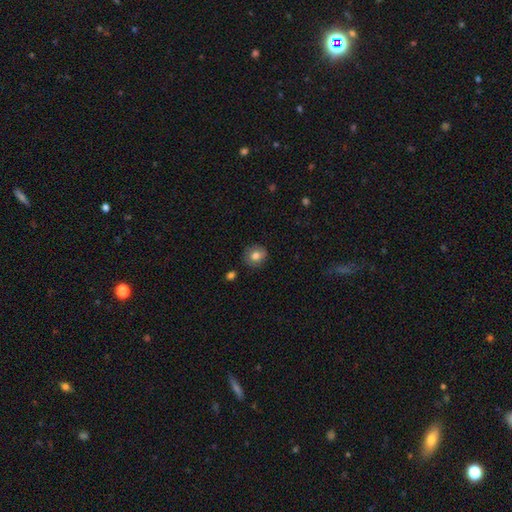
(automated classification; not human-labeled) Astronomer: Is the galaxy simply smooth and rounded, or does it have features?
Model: smooth — 79%.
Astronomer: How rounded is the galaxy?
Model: round — 83%.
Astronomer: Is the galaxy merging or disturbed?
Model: none — 84%.